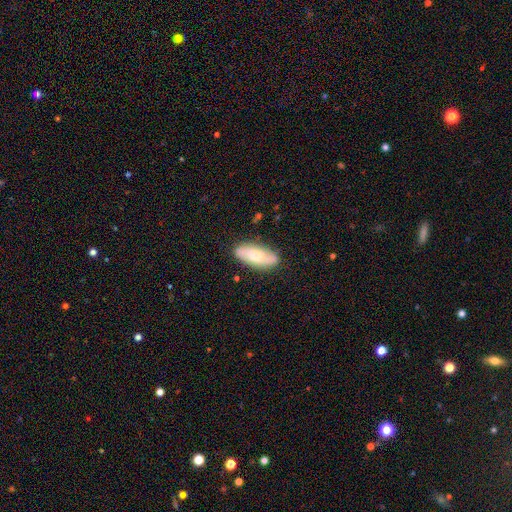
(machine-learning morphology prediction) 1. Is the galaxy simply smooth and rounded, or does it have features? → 56% smooth, 38% featured or disk, 6% star or artifact.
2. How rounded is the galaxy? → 82% in between, 15% cigar-shaped, 3% round.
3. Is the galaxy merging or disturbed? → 82% none, 13% minor disturbance, 3% major disturbance, 2% merger.